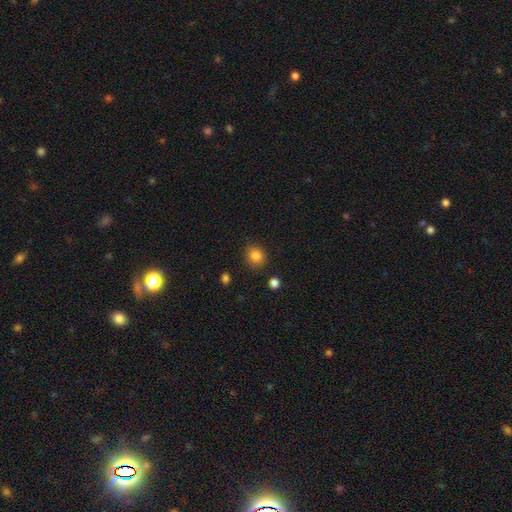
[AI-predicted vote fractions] A smooth galaxy with no disk features (84%) that is round (80%). Merging: none (87%).